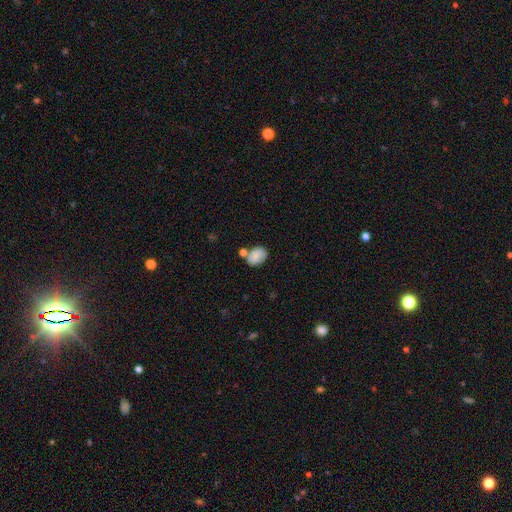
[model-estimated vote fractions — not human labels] smooth 74%, featured or disk 18%, star or artifact 9%. Down the decision tree: how rounded — in between (69%); merging — none (58%).